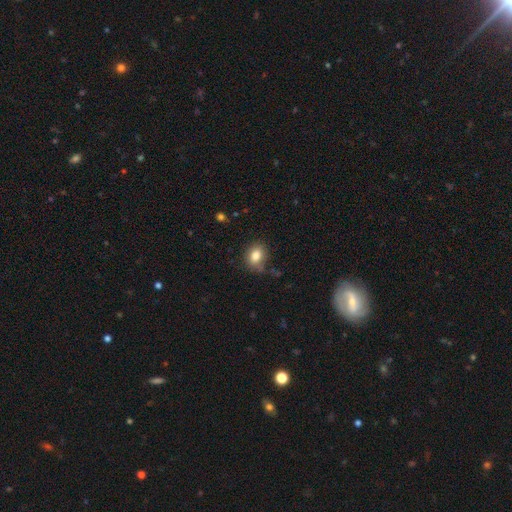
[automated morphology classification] Smooth or featured?
  - smooth: 83% *
  - star or artifact: 10%
  - featured or disk: 8%
How rounded?
  - in between: 59% *
  - round: 40%
  - cigar-shaped: 1%
Merging?
  - none: 76% *
  - minor disturbance: 17%
  - major disturbance: 4%
  - merger: 3%